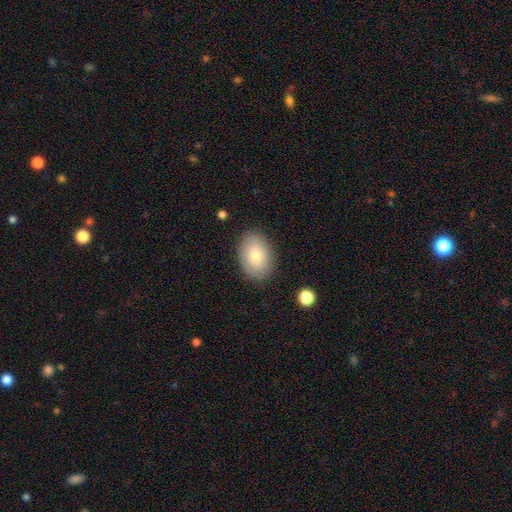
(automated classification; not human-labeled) Smooth or featured?
  - smooth: 79% *
  - featured or disk: 14%
  - star or artifact: 7%
How rounded?
  - in between: 86% *
  - round: 13%
  - cigar-shaped: 1%
Merging?
  - none: 86% *
  - minor disturbance: 10%
  - major disturbance: 3%
  - merger: 1%